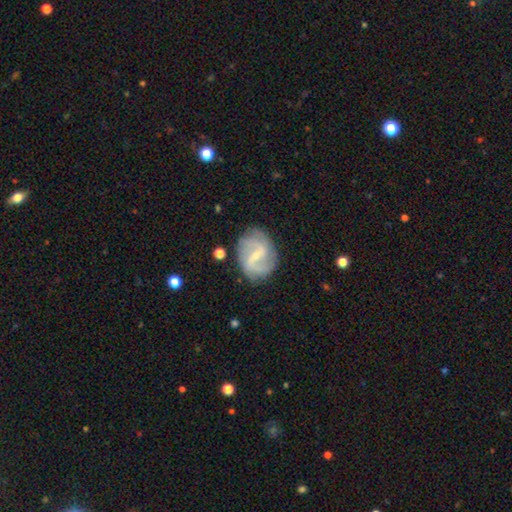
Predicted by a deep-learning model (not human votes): Morphology: type=featured or disk (82%); edge-on=no (97%); bar=weak (52%); spiral arms=yes (92%); winding=loose (42%); arm count=2 (78%); bulge=small (73%); merging=none (76%).